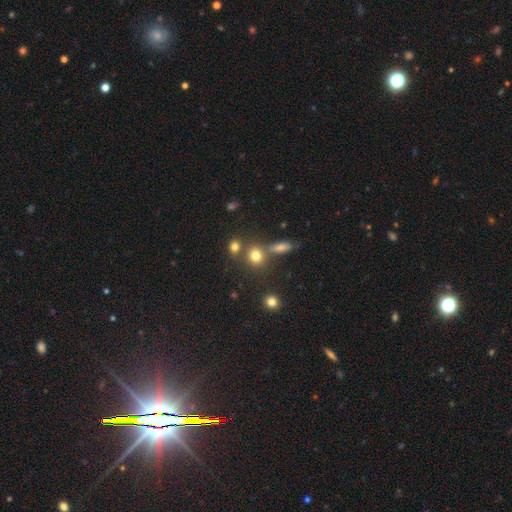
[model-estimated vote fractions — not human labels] smooth_or_featured: smooth (p=0.76) [alt: star or artifact p=0.15]
how_rounded: round (p=0.79) [alt: in between p=0.19]
merging: none (p=0.64) [alt: merger p=0.22]